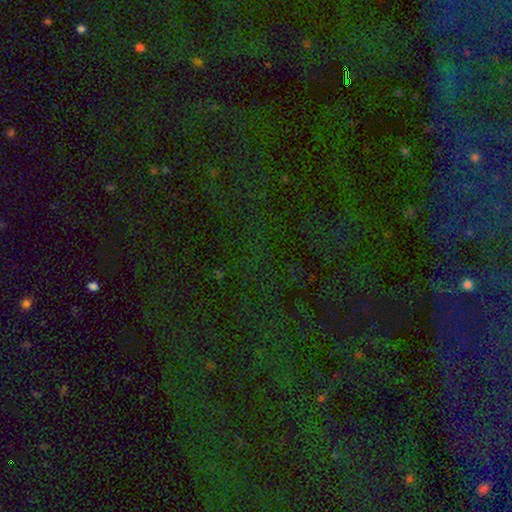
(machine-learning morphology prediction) A star or artifact, not a galaxy (79%).